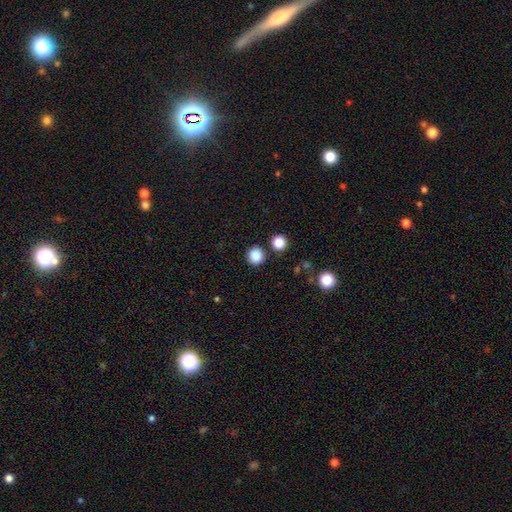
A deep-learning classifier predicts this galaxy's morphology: This is clearly a smooth galaxy (86%). How rounded: clearly round (93%). Merging: clearly none (89%).